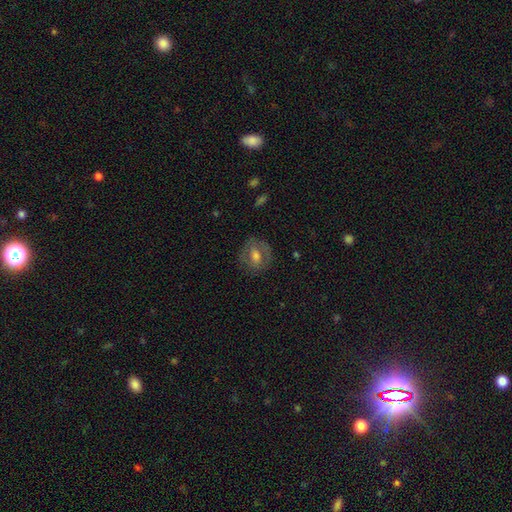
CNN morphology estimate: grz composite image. It shows a smooth galaxy with no disk features (49%). Merging: none (76%).